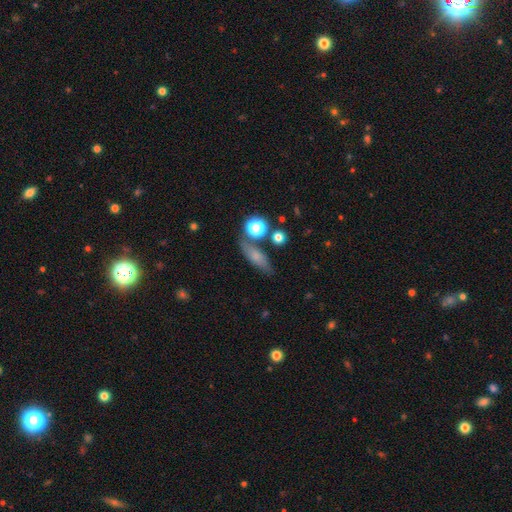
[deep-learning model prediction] Smooth or featured? Predicted: smooth (p=0.66). How rounded? Predicted: in between (p=0.46). Merging? Predicted: none (p=0.69).